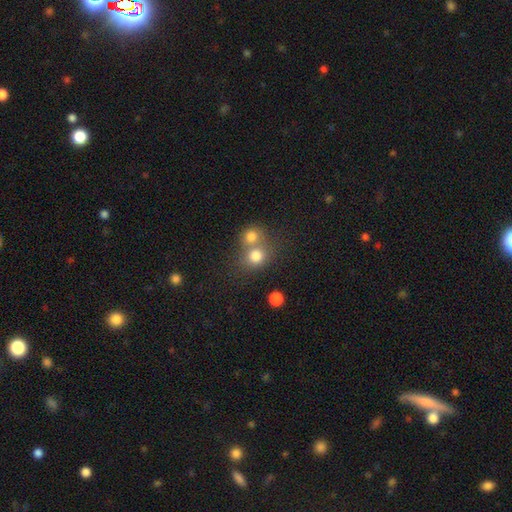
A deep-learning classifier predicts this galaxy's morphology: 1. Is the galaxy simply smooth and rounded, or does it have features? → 78% smooth, 12% star or artifact, 10% featured or disk.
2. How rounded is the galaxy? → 82% round, 18% in between, 1% cigar-shaped.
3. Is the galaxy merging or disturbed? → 50% merger, 40% none, 7% minor disturbance, 3% major disturbance.